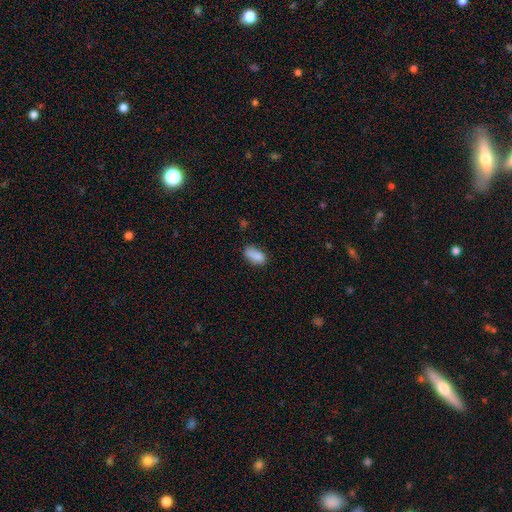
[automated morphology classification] Q: Smooth or featured?
A: smooth (85%); runner-up: star or artifact (9%)
Q: How rounded?
A: in between (90%); runner-up: cigar-shaped (5%)
Q: Merging?
A: none (60%); runner-up: minor disturbance (28%)